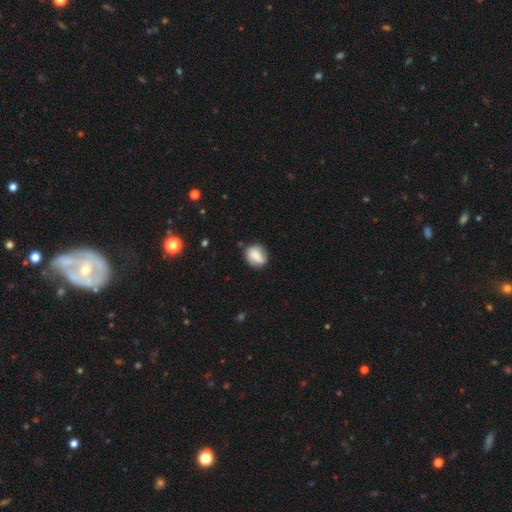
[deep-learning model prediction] The model was most divided on "how rounded": round: 65%, in between: 33%, cigar-shaped: 1%. More confident: merging — none (73%); smooth or featured — smooth (69%).